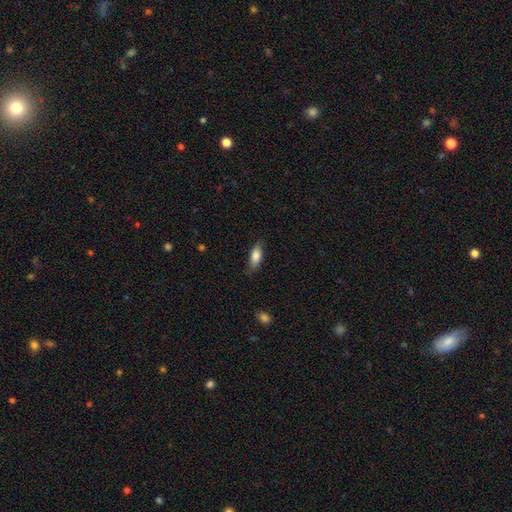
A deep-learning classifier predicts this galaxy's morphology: Smooth or featured: smooth — 82% (featured or disk — 12%)
How rounded: in between — 79% (cigar-shaped — 18%)
Merging: none — 75% (minor disturbance — 20%)